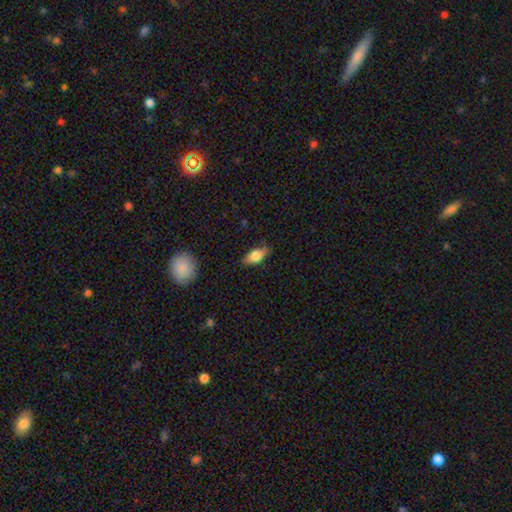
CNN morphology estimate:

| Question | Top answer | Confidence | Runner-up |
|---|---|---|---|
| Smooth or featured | smooth | 73% | featured or disk (20%) |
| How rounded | in between | 83% | cigar-shaped (11%) |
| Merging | none | 74% | minor disturbance (21%) |